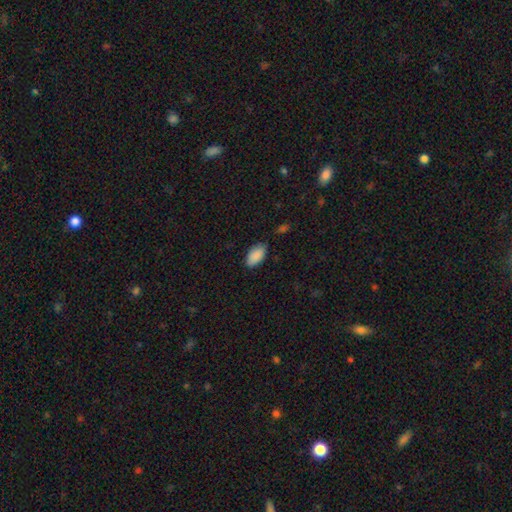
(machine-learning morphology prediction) Smooth or featured?
  - smooth: 90% *
  - star or artifact: 7%
  - featured or disk: 3%
How rounded?
  - in between: 94% *
  - cigar-shaped: 3%
  - round: 3%
Merging?
  - none: 77% *
  - minor disturbance: 18%
  - major disturbance: 3%
  - merger: 2%